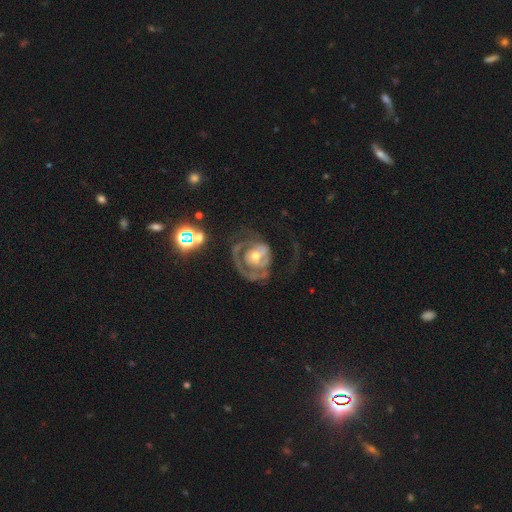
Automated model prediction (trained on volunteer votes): This appears to be a featured or disk galaxy (82%) with no bar (72%), 1 (37%) tight (49%) spiral arms (86%) and a moderate central bulge (49%). Merging: major disturbance (41%).